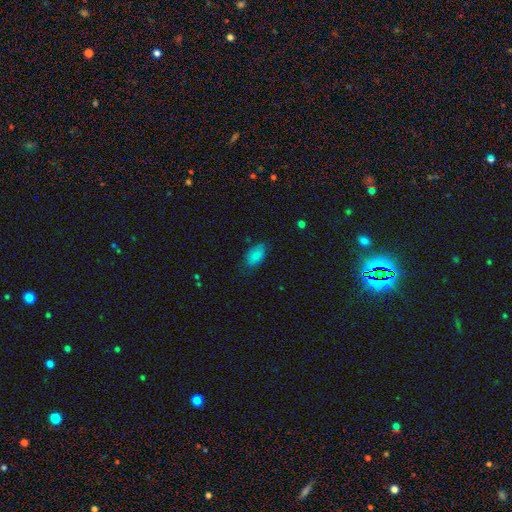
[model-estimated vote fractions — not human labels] Q: Smooth or featured?
A: smooth (86%); runner-up: star or artifact (8%)
Q: How rounded?
A: in between (92%); runner-up: round (6%)
Q: Merging?
A: none (75%); runner-up: minor disturbance (19%)